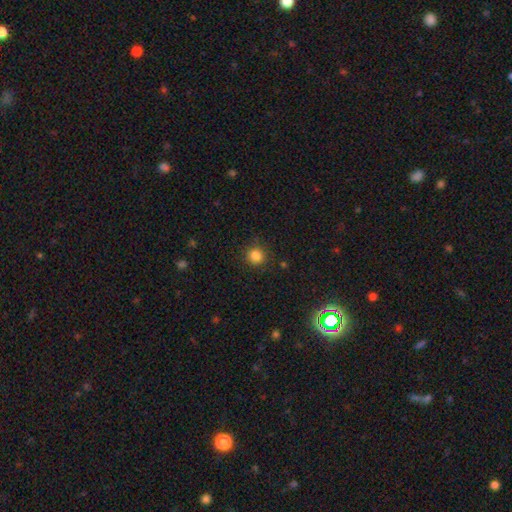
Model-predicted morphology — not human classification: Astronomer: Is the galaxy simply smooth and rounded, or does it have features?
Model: smooth — 84%.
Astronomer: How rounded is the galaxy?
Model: round — 92%.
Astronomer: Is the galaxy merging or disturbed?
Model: none — 87%.